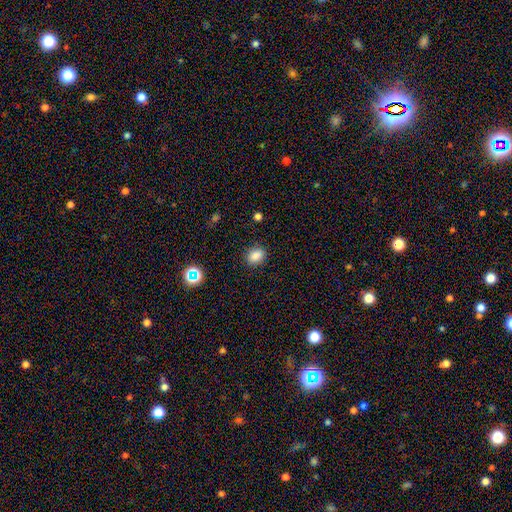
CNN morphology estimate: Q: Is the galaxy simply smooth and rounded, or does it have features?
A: smooth — 83%.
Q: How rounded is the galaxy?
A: in between — 64%.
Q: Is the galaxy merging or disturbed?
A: none — 86%.